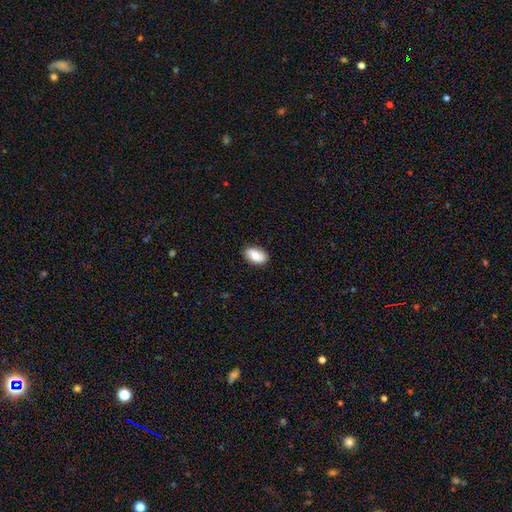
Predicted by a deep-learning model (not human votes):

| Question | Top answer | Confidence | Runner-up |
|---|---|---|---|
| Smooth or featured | smooth | 75% | featured or disk (17%) |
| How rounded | in between | 92% | round (6%) |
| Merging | none | 82% | minor disturbance (14%) |